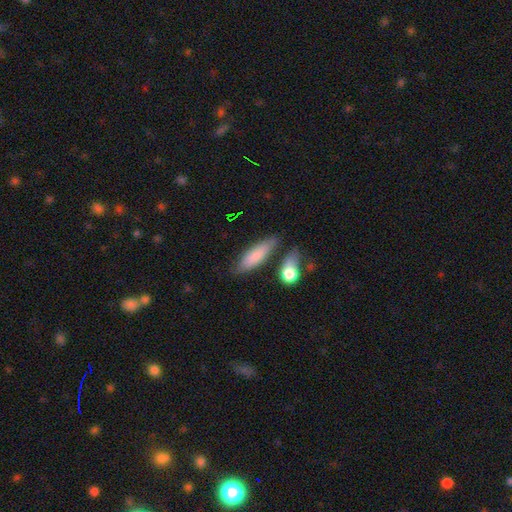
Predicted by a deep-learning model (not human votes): Smooth or featured? smooth (78%)
How rounded? in between (51%)
Merging? none (66%)